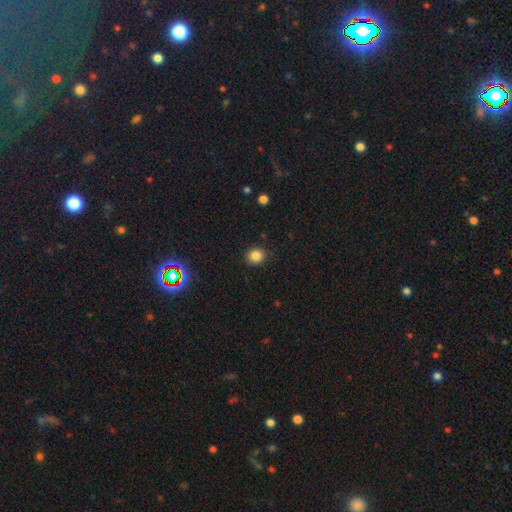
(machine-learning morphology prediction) Smooth or featured? smooth (84%)
How rounded? round (85%)
Merging? none (90%)